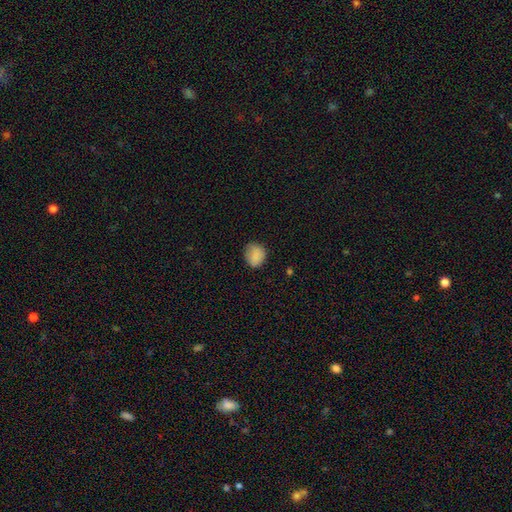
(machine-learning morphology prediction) A smooth galaxy with no disk features (86%) that is round (67%). Merging: none (73%).